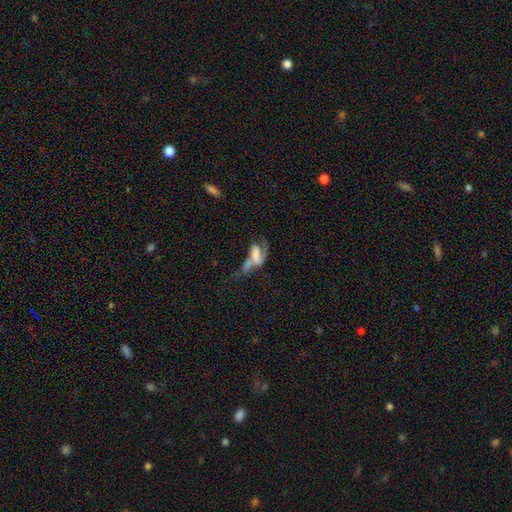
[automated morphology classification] Smooth or featured? Predicted: featured or disk (p=0.45). Merging? Predicted: merger (p=0.40).